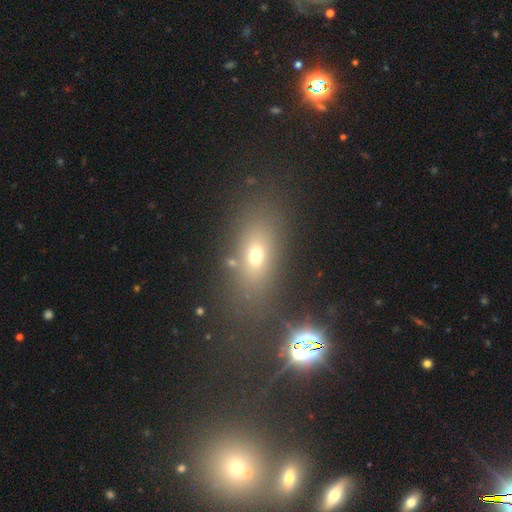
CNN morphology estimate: This is possibly a smooth galaxy (58%). How rounded: likely in between (69%). Merging: likely none (74%).